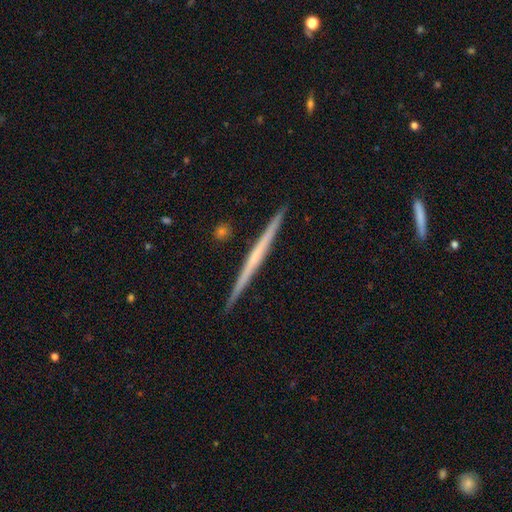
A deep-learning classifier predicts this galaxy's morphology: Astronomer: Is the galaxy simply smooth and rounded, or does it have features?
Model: featured or disk — 66%.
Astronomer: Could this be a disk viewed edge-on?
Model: yes — 98%.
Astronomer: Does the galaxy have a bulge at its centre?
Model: none — 82%.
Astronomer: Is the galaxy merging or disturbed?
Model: none — 91%.